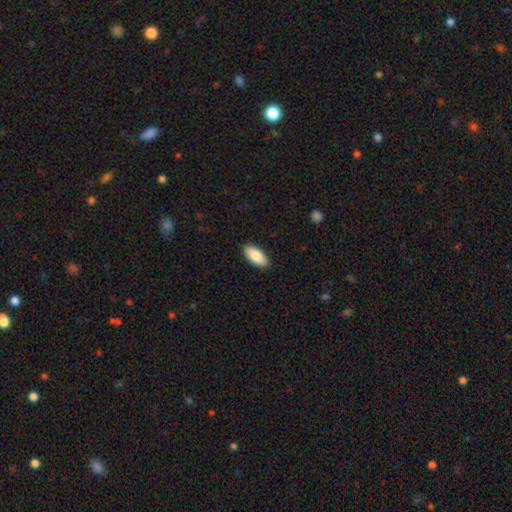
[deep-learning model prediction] This appears to be a smooth galaxy with no disk features (84%) that is in between round and cigar-shaped (91%). Merging: none (90%).